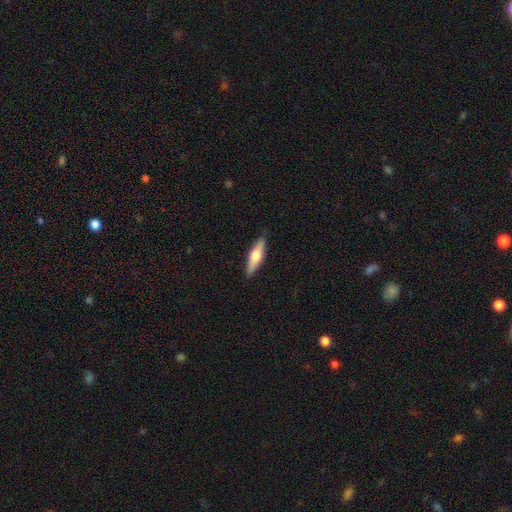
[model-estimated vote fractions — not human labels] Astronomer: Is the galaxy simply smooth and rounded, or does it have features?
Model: smooth — 51% (runner-up: featured or disk, 44%).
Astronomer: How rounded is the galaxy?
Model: cigar-shaped — 62%.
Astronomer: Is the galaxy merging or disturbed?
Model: none — 88%.